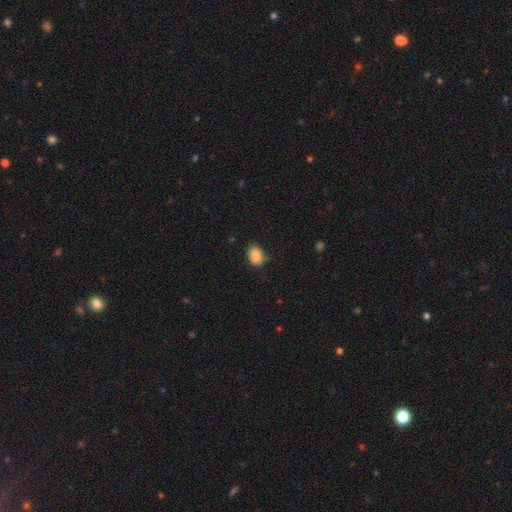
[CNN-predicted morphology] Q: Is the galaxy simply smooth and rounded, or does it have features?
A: smooth — 87%.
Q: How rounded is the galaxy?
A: in between — 82%.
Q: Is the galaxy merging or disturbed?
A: none — 72%.